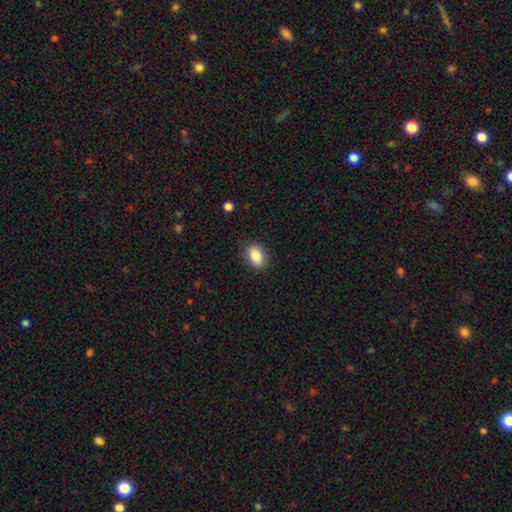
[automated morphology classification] Smooth or featured? Predicted: smooth (p=0.84). How rounded? Predicted: in between (p=0.77). Merging? Predicted: none (p=0.87).